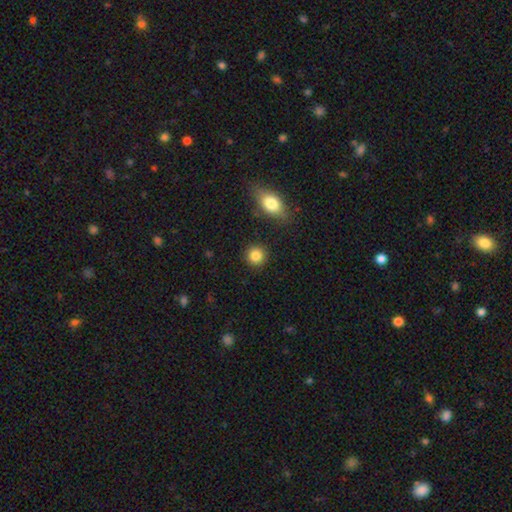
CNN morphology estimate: This appears to be a smooth galaxy with no disk features (85%) that is round (91%). Merging: none (89%).